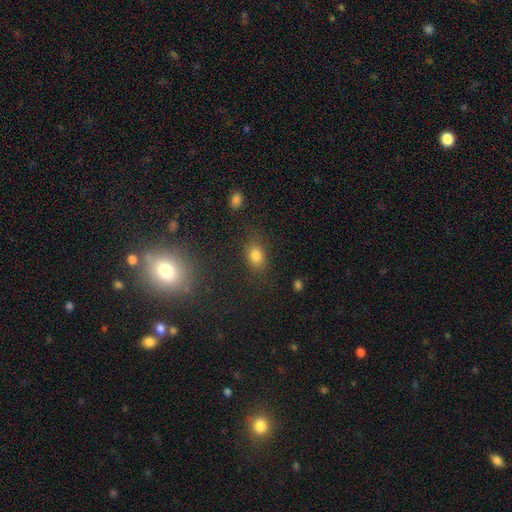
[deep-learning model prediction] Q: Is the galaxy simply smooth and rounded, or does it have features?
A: smooth — 78%.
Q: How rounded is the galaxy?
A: in between — 67%.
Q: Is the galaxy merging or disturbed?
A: none — 81%.